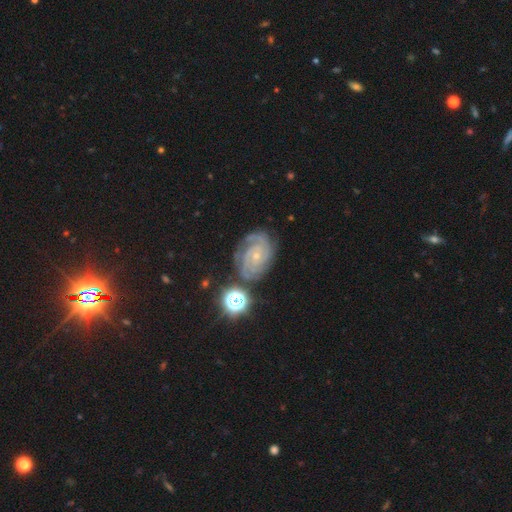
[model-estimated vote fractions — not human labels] featured or disk 83%, star or artifact 9%, smooth 7%. Down the decision tree: edge-on disk — no (97%); bar — no (70%); spiral arms — yes (97%); spiral arm count — 3 (31%); spiral winding — tight (74%); bulge size — small (79%); merging — none (72%).